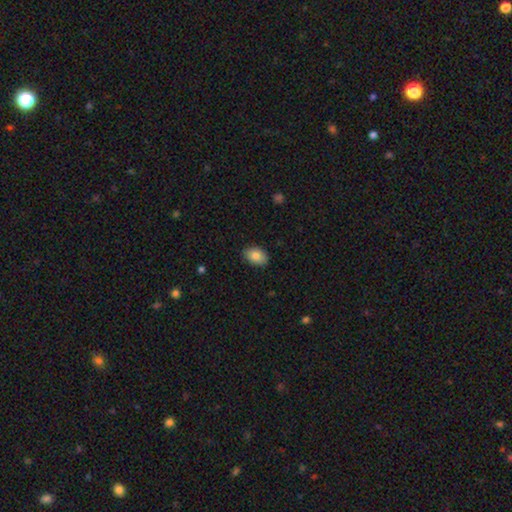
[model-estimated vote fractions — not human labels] The model was most divided on "how rounded": in between: 86%, round: 13%, cigar-shaped: 1%. More confident: merging — none (86%); smooth or featured — smooth (85%).